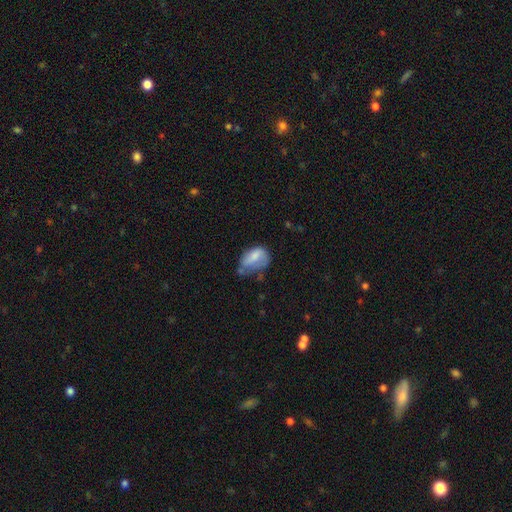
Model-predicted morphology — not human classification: Smooth or featured: smooth — 65% (featured or disk — 27%)
How rounded: in between — 84% (round — 13%)
Merging: minor disturbance — 38% (major disturbance — 28%)